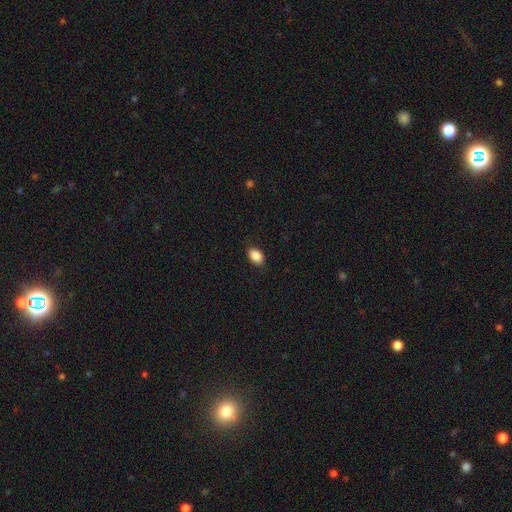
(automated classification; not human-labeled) The model was most divided on "how rounded": in between: 85%, round: 14%, cigar-shaped: 1%. More confident: smooth or featured — smooth (88%); merging — none (87%).